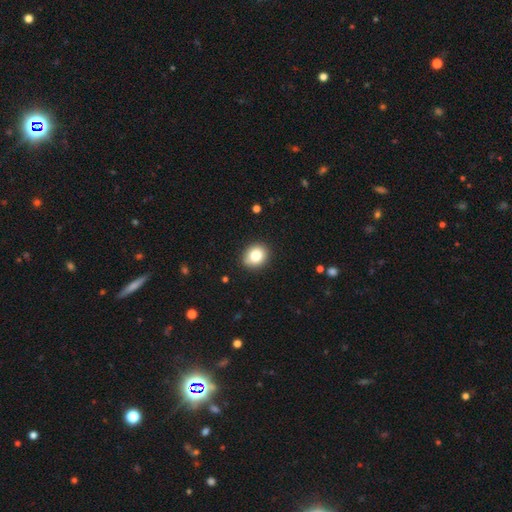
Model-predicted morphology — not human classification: smooth_or_featured: smooth (p=0.81) [alt: star or artifact p=0.10]
how_rounded: round (p=0.69) [alt: in between p=0.30]
merging: none (p=0.88) [alt: minor disturbance p=0.09]